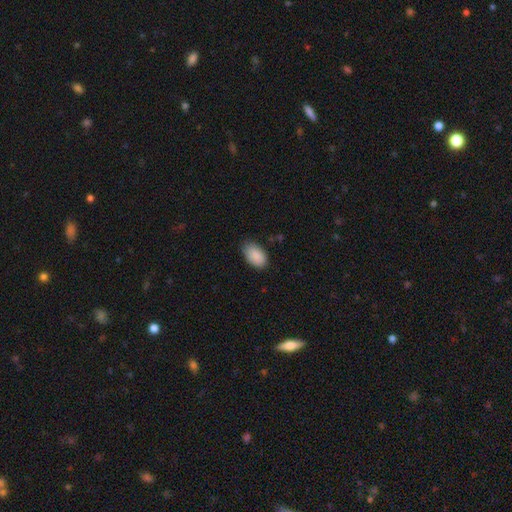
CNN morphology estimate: Q: Smooth or featured?
A: smooth (89%); runner-up: star or artifact (6%)
Q: How rounded?
A: in between (93%); runner-up: round (6%)
Q: Merging?
A: none (77%); runner-up: minor disturbance (19%)